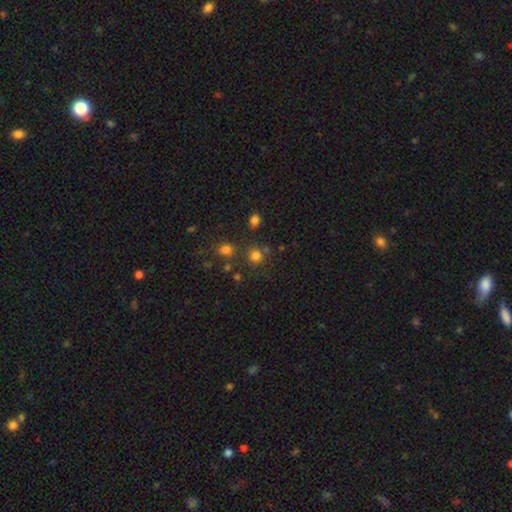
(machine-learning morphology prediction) smooth_or_featured: smooth (p=0.76) [alt: star or artifact p=0.18]
how_rounded: round (p=0.90) [alt: in between p=0.09]
merging: none (p=0.74) [alt: merger p=0.13]